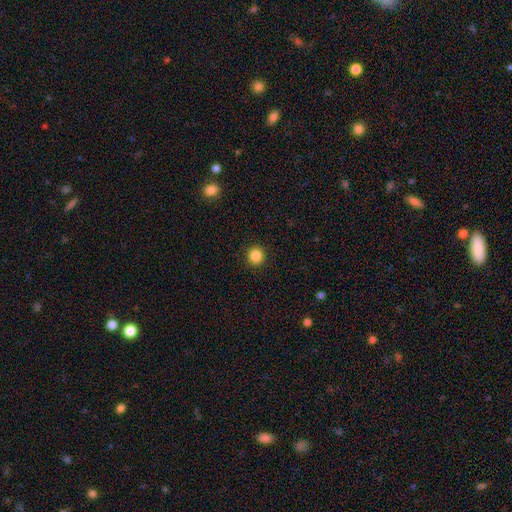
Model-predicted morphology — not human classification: A smooth galaxy with no disk features (86%) that is round (93%).

Vote fractions:
- Smooth or featured? smooth: 86% / star or artifact: 11% / featured or disk: 3%
- How rounded? round: 93% / in between: 6% / cigar-shaped: 1%
- Merging? none: 92% / minor disturbance: 5% / major disturbance: 2% / merger: 1%